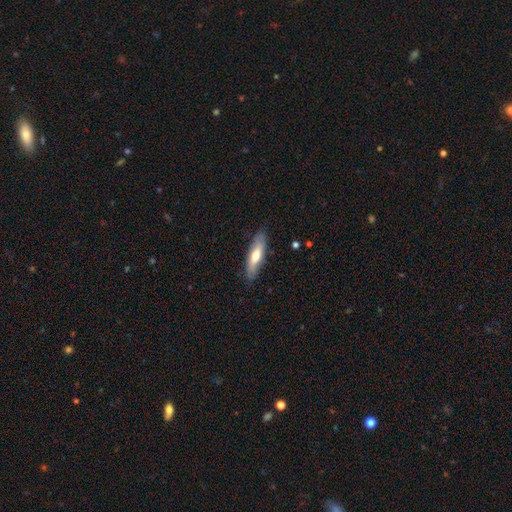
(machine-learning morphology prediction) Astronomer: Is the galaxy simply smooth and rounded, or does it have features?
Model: smooth — 62%.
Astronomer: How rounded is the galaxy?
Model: cigar-shaped — 60% (runner-up: in between, 39%).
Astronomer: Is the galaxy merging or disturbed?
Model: none — 82%.